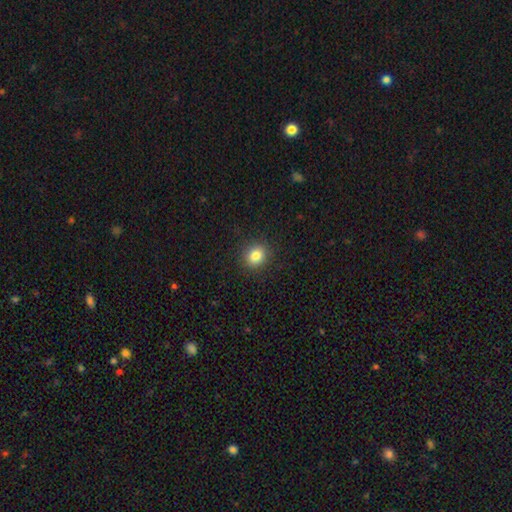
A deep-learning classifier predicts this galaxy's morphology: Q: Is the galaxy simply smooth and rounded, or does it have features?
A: smooth — 83%.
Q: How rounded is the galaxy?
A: round — 75%.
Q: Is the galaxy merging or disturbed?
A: none — 90%.